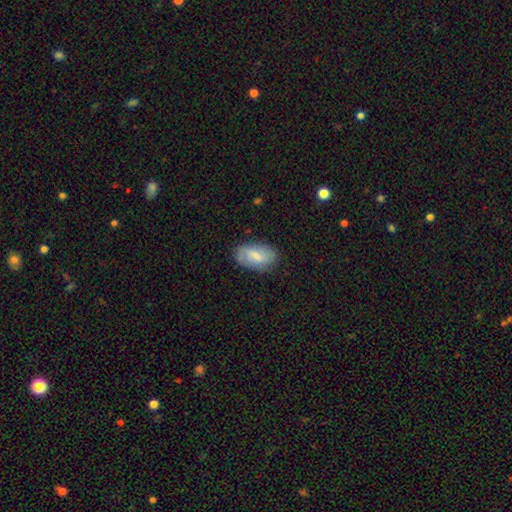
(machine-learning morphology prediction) This appears to be a smooth galaxy with no disk features (68%) that is in between round and cigar-shaped (93%). Merging: none (80%).